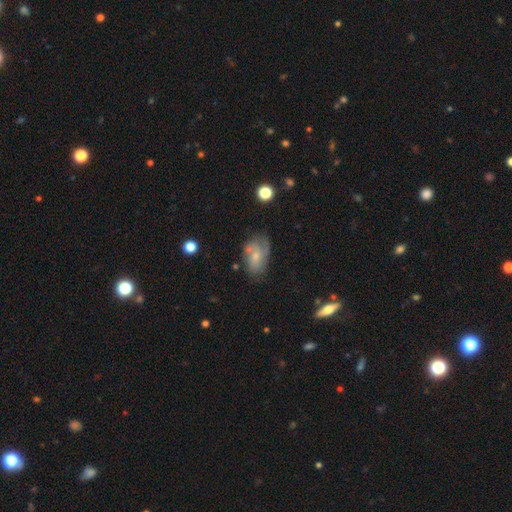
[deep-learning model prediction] This is possibly a smooth galaxy (46%). Merging: possibly none (49%).